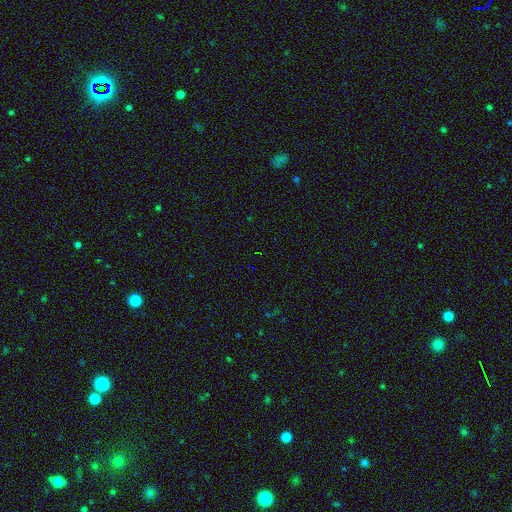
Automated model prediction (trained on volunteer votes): A star or artifact, not a galaxy (73%).